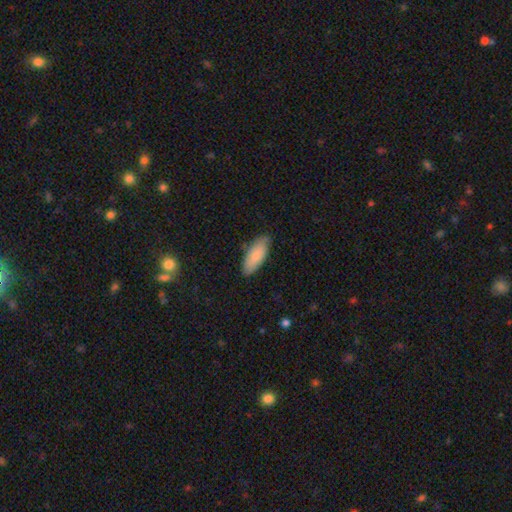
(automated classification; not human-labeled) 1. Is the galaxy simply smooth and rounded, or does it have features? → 77% smooth, 18% featured or disk, 6% star or artifact.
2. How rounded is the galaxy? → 81% in between, 17% cigar-shaped, 2% round.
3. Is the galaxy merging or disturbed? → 78% none, 18% minor disturbance, 3% major disturbance, 1% merger.